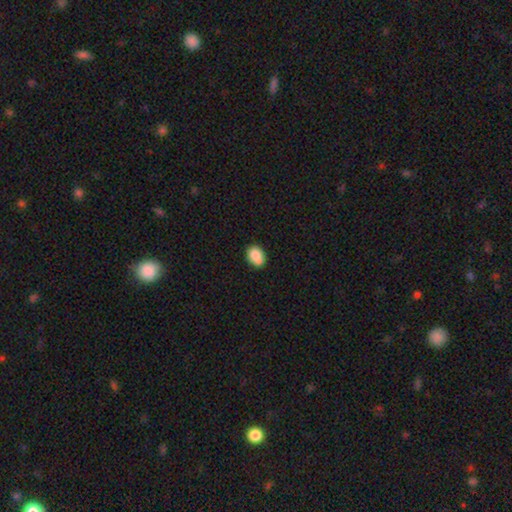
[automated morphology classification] smooth 83%, featured or disk 9%, star or artifact 9%. Down the decision tree: how rounded — in between (63%); merging — none (60%).